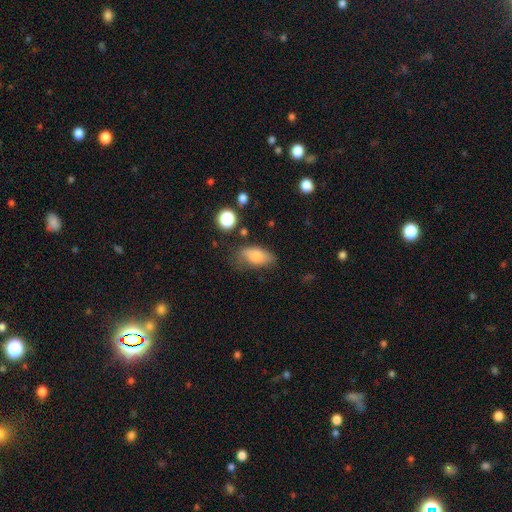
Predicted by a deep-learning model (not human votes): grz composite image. It shows a smooth galaxy with no disk features (75%) that is in between round and cigar-shaped (88%). Merging: none (55%).